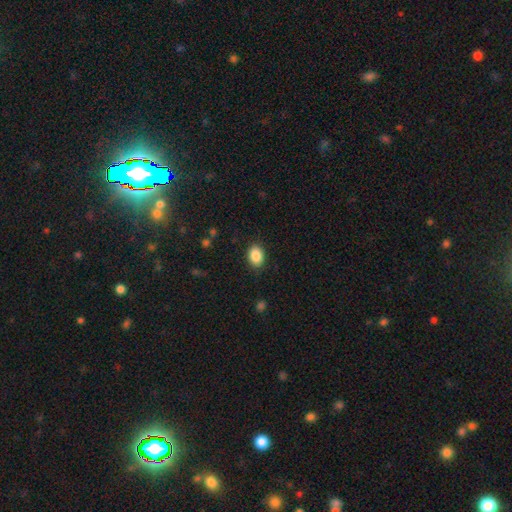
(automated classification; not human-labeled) Smooth or featured? smooth (88%)
How rounded? in between (76%)
Merging? none (86%)